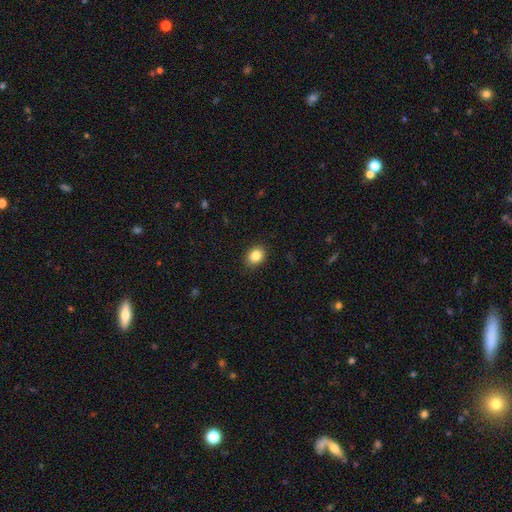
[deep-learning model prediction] Smooth or featured? Predicted: smooth (p=0.85). How rounded? Predicted: in between (p=0.53). Merging? Predicted: none (p=0.88).